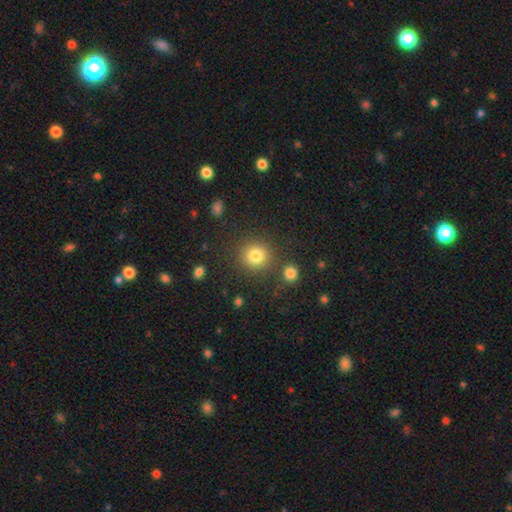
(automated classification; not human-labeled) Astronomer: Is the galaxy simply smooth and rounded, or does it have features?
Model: smooth — 81%.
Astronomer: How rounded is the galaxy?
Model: round — 89%.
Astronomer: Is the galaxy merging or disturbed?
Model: none — 83%.